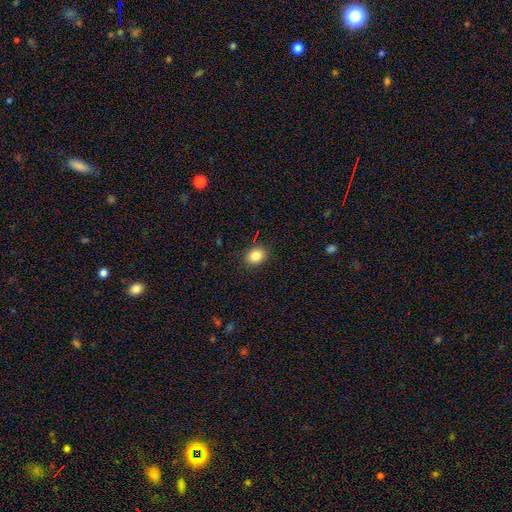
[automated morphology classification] Overall: smooth (85%). How rounded: round (55%; in between 44%). Merging: none (88%).